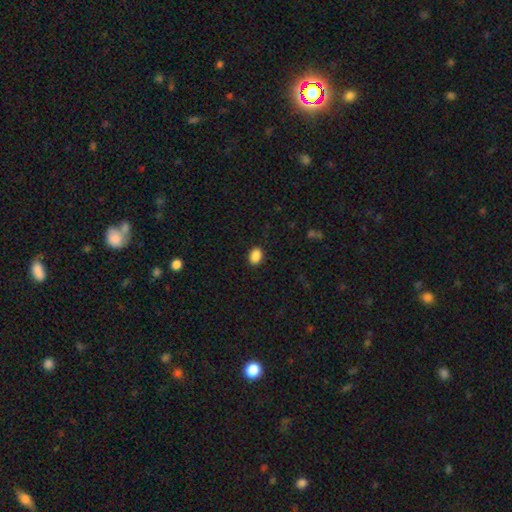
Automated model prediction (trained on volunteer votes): Overall: smooth (89%). How rounded: in between (74%). Merging: none (89%).